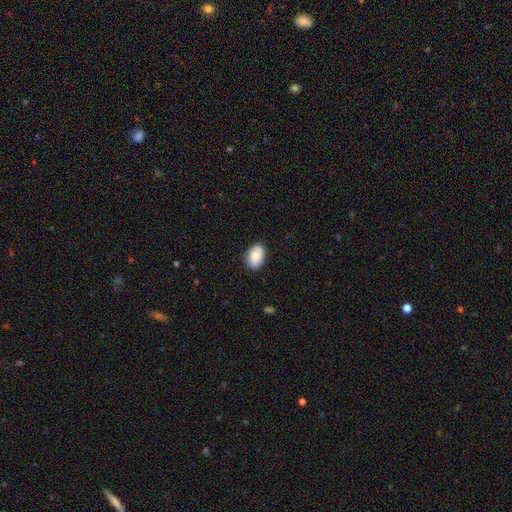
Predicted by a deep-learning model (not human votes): Q: Smooth or featured?
A: smooth (86%); runner-up: featured or disk (8%)
Q: How rounded?
A: in between (90%); runner-up: round (9%)
Q: Merging?
A: none (86%); runner-up: minor disturbance (11%)